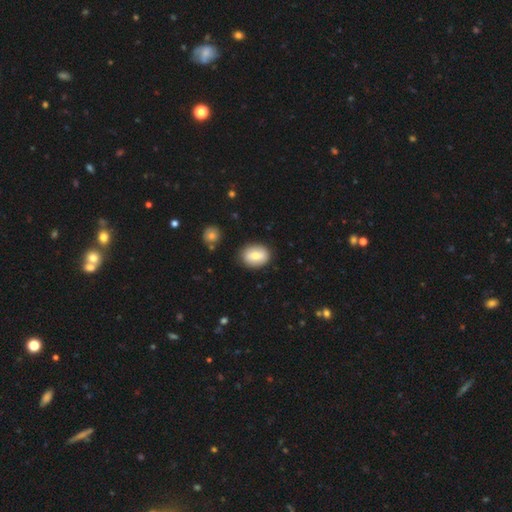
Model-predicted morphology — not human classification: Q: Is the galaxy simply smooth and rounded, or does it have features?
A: smooth — 72%.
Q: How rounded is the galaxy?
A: in between — 58%.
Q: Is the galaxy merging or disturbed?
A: none — 87%.